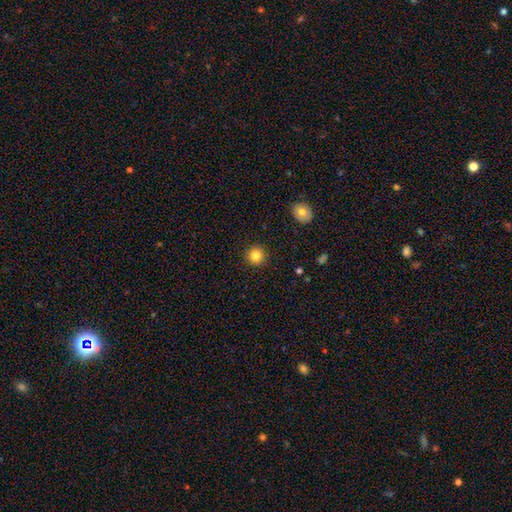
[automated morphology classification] Overall: smooth (83%). How rounded: round (94%). Merging: none (92%).